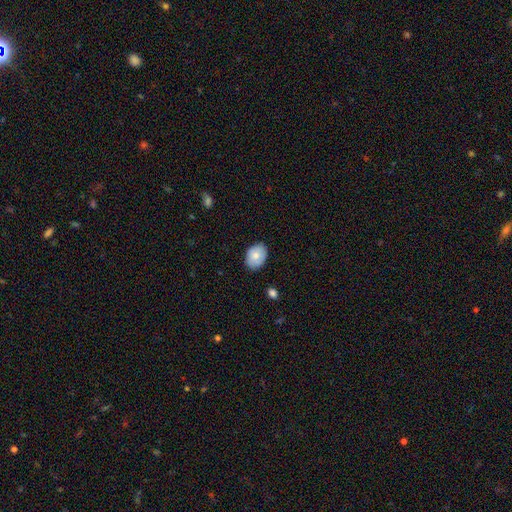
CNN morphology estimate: Q: Smooth or featured?
A: smooth (78%); runner-up: featured or disk (15%)
Q: How rounded?
A: in between (76%); runner-up: round (23%)
Q: Merging?
A: none (84%); runner-up: minor disturbance (12%)